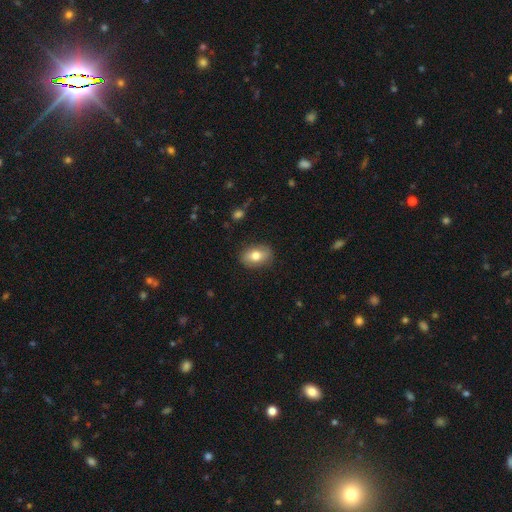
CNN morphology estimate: Q: Smooth or featured?
A: smooth (77%); runner-up: featured or disk (15%)
Q: How rounded?
A: in between (80%); runner-up: round (18%)
Q: Merging?
A: none (86%); runner-up: minor disturbance (10%)